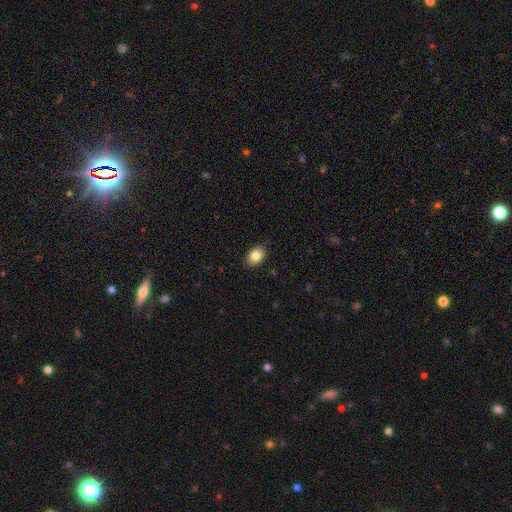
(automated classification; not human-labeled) A smooth galaxy with no disk features (84%) that is in between round and cigar-shaped (80%).

Vote fractions:
- Smooth or featured? smooth: 84% / star or artifact: 8% / featured or disk: 8%
- How rounded? in between: 80% / round: 19% / cigar-shaped: 1%
- Merging? none: 87% / minor disturbance: 10% / major disturbance: 2% / merger: 1%